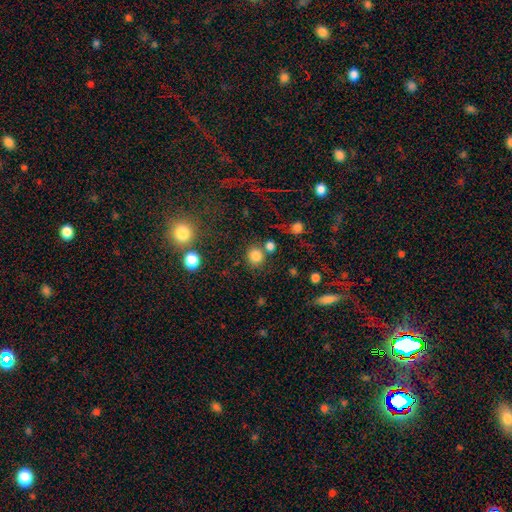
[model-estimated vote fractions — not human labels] Smooth or featured: smooth — 82% (star or artifact — 13%)
How rounded: round — 88% (in between — 11%)
Merging: none — 74% (merger — 12%)